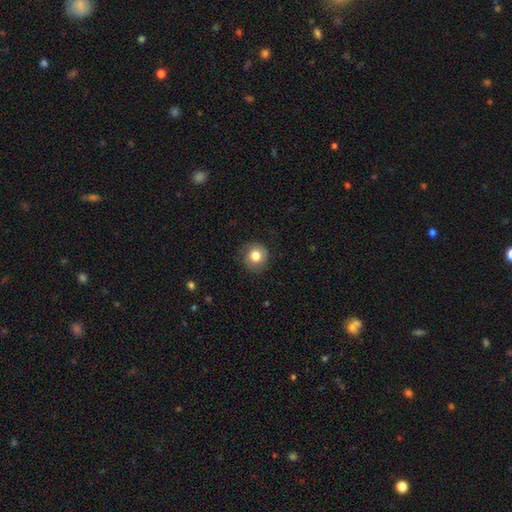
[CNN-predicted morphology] The model was most divided on "smooth or featured": smooth: 81%, featured or disk: 10%, star or artifact: 9%. More confident: how rounded — round (92%); merging — none (84%).